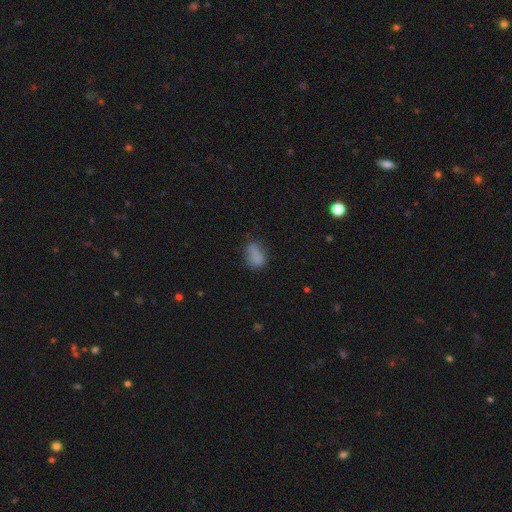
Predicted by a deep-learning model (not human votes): A smooth galaxy with no disk features (79%) that is in between round and cigar-shaped (78%). Merging: none (54%).